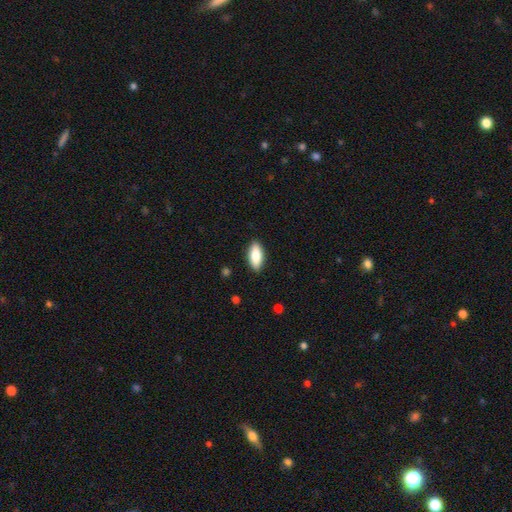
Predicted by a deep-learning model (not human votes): Smooth or featured? smooth (80%)
How rounded? in between (83%)
Merging? none (88%)